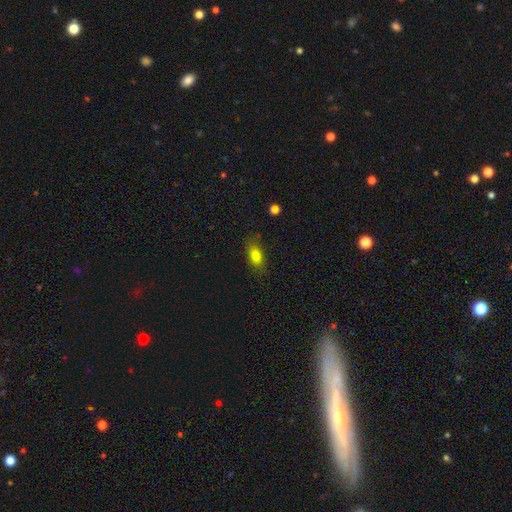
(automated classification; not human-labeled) Smooth or featured?
  - smooth: 81% *
  - star or artifact: 9%
  - featured or disk: 9%
How rounded?
  - in between: 83% *
  - cigar-shaped: 10%
  - round: 6%
Merging?
  - none: 80% *
  - minor disturbance: 14%
  - major disturbance: 4%
  - merger: 2%